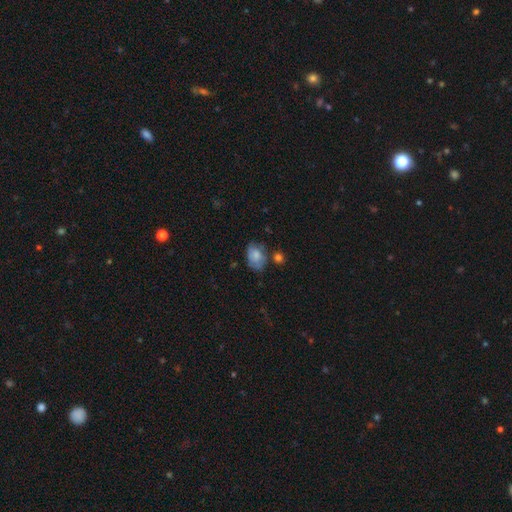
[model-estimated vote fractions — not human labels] Smooth or featured: smooth — 65% (featured or disk — 26%)
How rounded: in between — 80% (round — 18%)
Merging: none — 51% (minor disturbance — 30%)